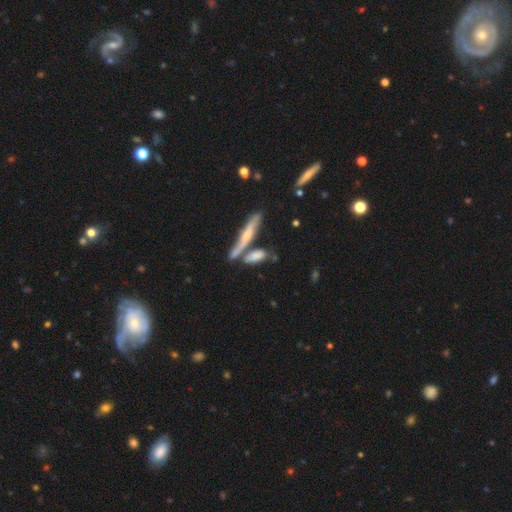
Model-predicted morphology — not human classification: type=smooth (61%); roundness=cigar-shaped (56%); merging=none (49%).